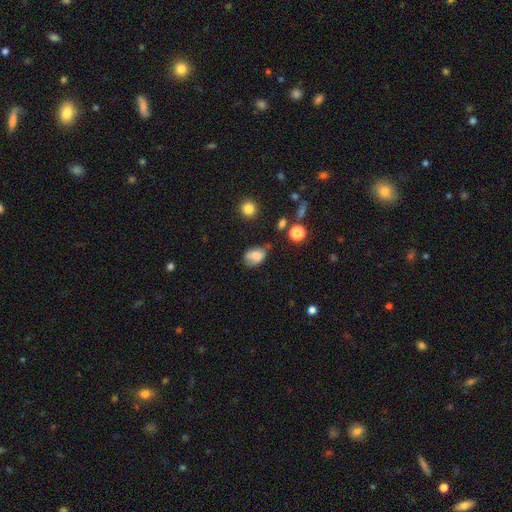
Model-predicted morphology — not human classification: Smooth or featured?
  - smooth: 68% *
  - featured or disk: 21%
  - star or artifact: 11%
How rounded?
  - in between: 79% *
  - round: 19%
  - cigar-shaped: 2%
Merging?
  - none: 48% *
  - minor disturbance: 33%
  - major disturbance: 14%
  - merger: 6%